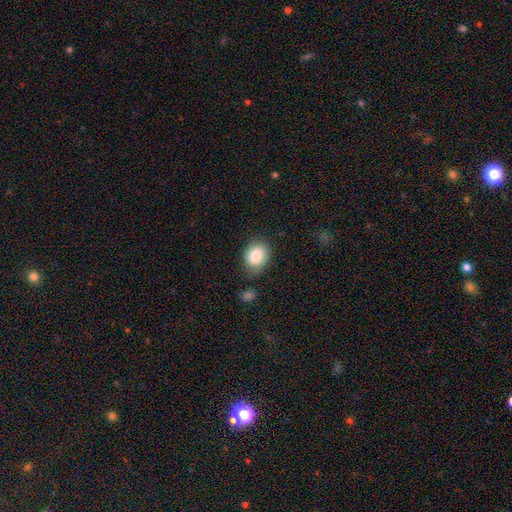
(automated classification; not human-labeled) The model was most divided on "how rounded": in between: 62%, round: 37%, cigar-shaped: 1%. More confident: smooth or featured — smooth (84%); merging — none (68%).